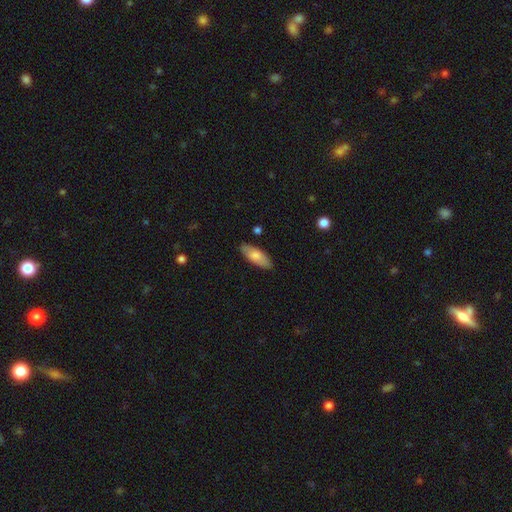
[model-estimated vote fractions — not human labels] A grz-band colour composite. It shows a smooth galaxy with no disk features (77%) that is in between round and cigar-shaped (74%). Merging: none (84%).